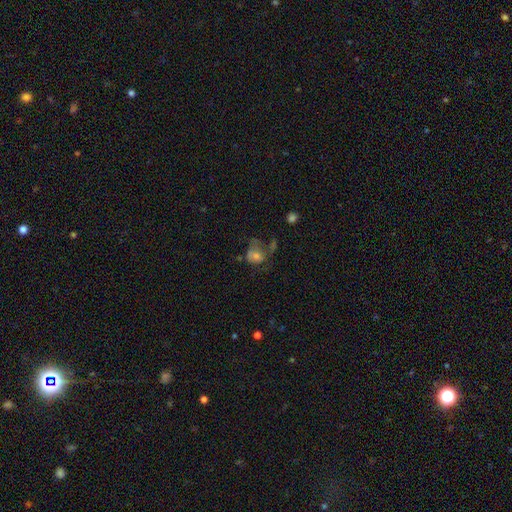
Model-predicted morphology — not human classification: A smooth galaxy with no disk features (48%).

Vote fractions:
- Smooth or featured? smooth: 48% / featured or disk: 37% / star or artifact: 15%
- Merging? major disturbance: 39% / none: 28% / minor disturbance: 19% / merger: 14%